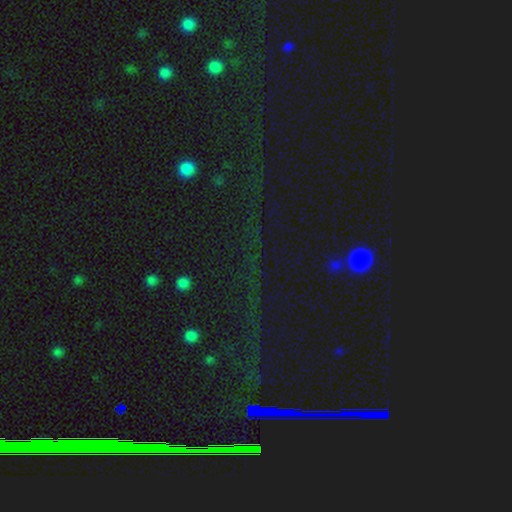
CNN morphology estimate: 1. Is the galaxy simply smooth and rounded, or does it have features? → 77% star or artifact, 14% smooth, 9% featured or disk.